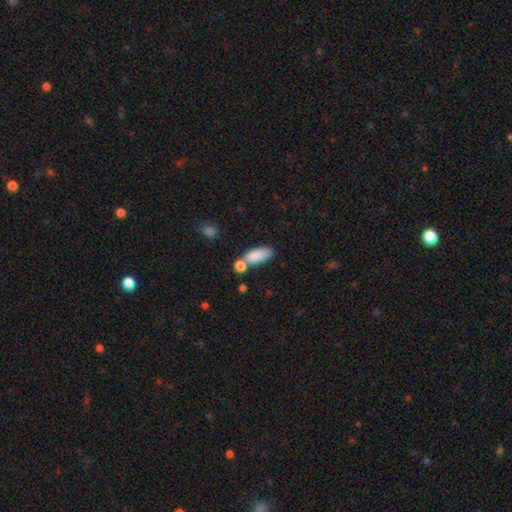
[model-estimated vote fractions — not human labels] Smooth or featured? Predicted: smooth (p=0.84). How rounded? Predicted: in between (p=0.79). Merging? Predicted: none (p=0.50).